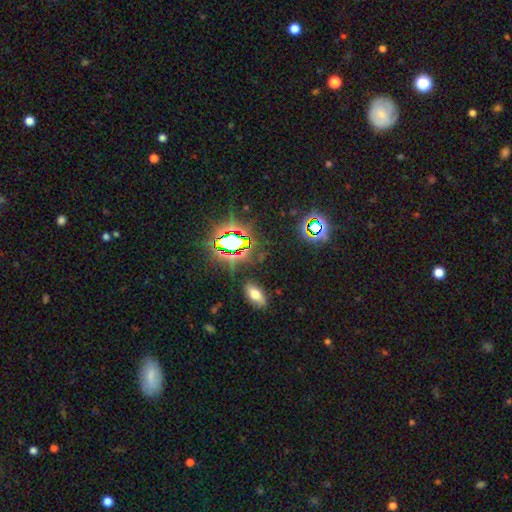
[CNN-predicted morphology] Smooth or featured?
  - star or artifact: 71% *
  - smooth: 18%
  - featured or disk: 11%